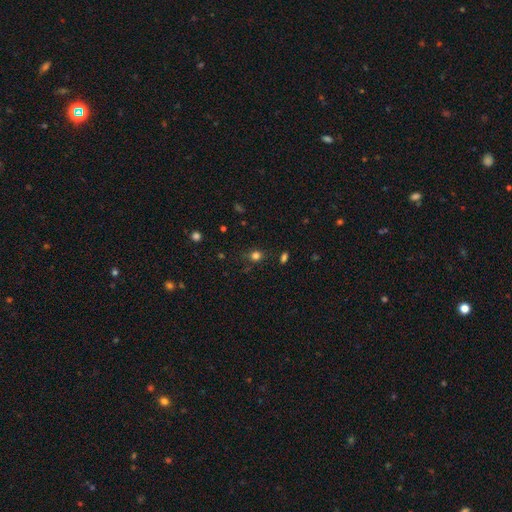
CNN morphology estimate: Smooth or featured: smooth — 74% (star or artifact — 20%)
How rounded: round — 74% (in between — 24%)
Merging: none — 72% (minor disturbance — 18%)